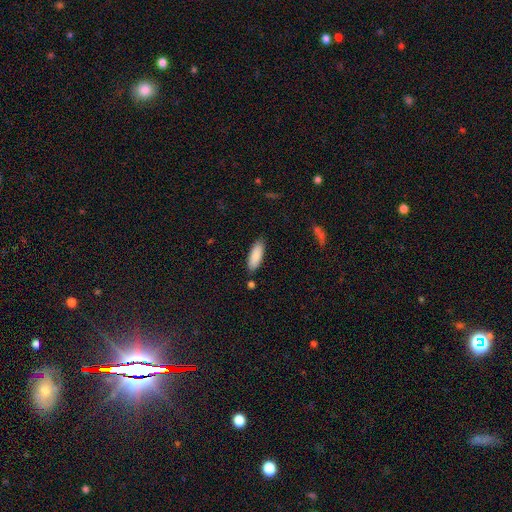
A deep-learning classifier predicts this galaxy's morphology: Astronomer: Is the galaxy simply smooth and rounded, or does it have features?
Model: smooth — 88%.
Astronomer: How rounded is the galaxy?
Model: in between — 66%.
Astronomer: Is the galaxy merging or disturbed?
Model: none — 85%.